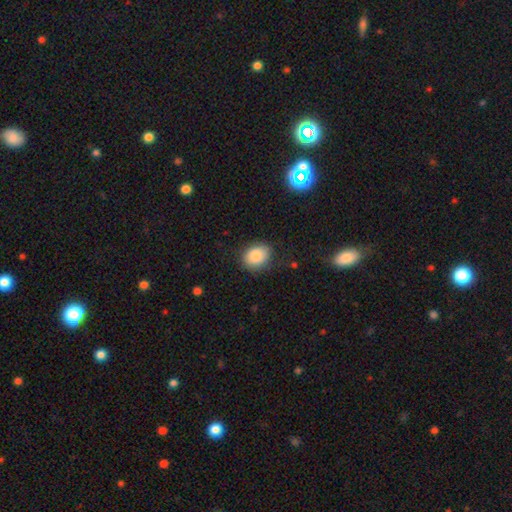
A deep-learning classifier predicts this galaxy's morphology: Smooth or featured?
  - smooth: 86% *
  - star or artifact: 8%
  - featured or disk: 6%
How rounded?
  - in between: 56% *
  - round: 43%
  - cigar-shaped: 1%
Merging?
  - none: 79% *
  - minor disturbance: 15%
  - major disturbance: 5%
  - merger: 1%